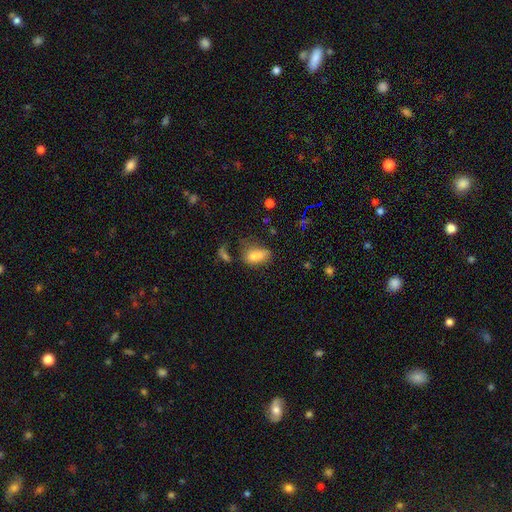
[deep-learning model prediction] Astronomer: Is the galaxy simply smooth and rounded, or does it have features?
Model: smooth — 73%.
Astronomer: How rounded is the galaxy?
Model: in between — 83%.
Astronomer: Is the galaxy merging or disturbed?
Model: none — 34% (runner-up: minor disturbance, 22%).